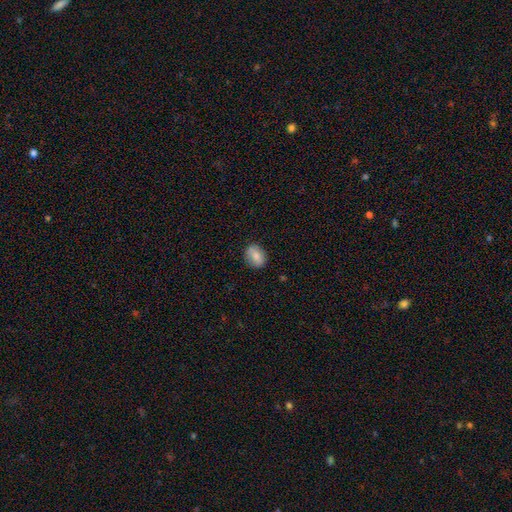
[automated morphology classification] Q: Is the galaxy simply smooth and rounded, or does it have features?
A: smooth — 77%.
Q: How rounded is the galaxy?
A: in between — 59%.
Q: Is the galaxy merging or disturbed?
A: none — 84%.